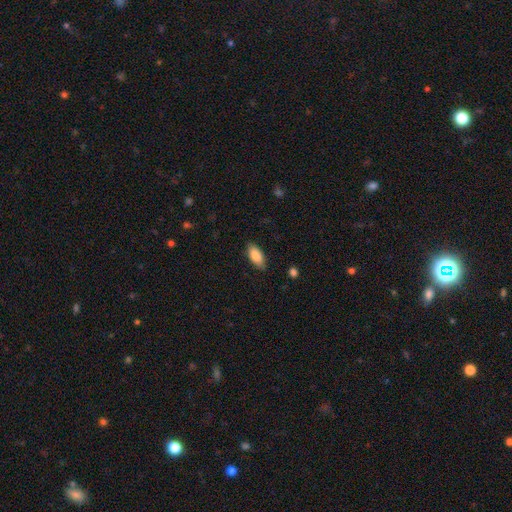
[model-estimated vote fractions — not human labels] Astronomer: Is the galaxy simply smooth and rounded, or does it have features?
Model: smooth — 85%.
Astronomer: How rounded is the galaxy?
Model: in between — 87%.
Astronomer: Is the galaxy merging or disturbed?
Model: none — 83%.